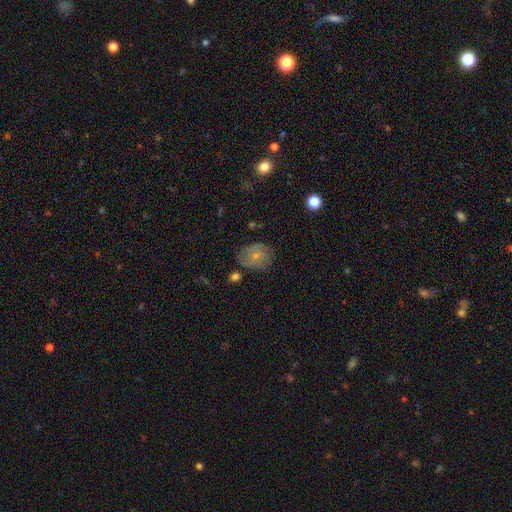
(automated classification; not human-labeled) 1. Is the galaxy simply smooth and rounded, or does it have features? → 59% smooth, 32% featured or disk, 9% star or artifact.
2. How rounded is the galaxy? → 62% round, 37% in between, 1% cigar-shaped.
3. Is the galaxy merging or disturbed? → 67% none, 23% minor disturbance, 7% major disturbance, 4% merger.